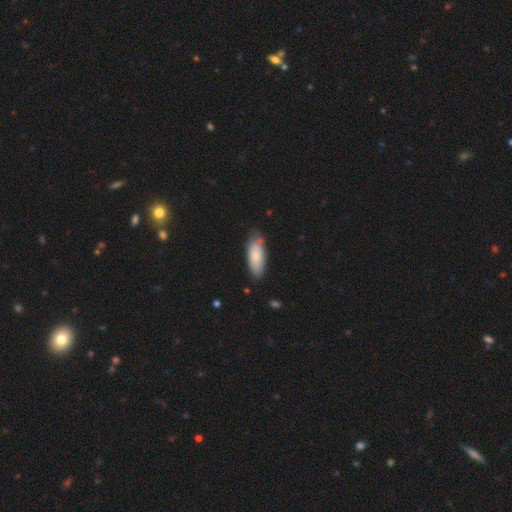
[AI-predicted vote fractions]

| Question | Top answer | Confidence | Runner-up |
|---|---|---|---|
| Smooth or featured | smooth | 76% | featured or disk (18%) |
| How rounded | in between | 78% | cigar-shaped (20%) |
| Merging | none | 70% | minor disturbance (23%) |